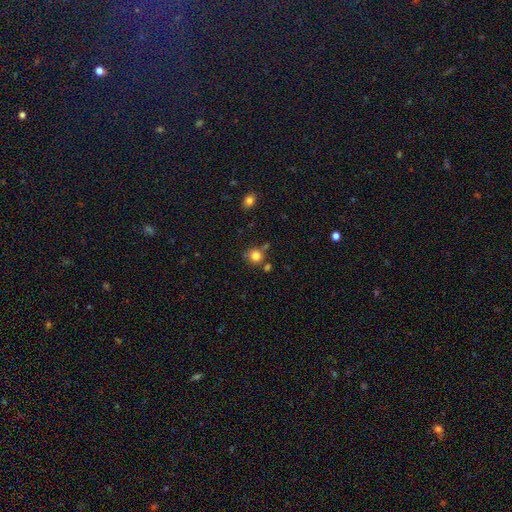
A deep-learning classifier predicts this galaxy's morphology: This is clearly a smooth galaxy (81%). How rounded: clearly round (86%). Merging: likely none (67%).